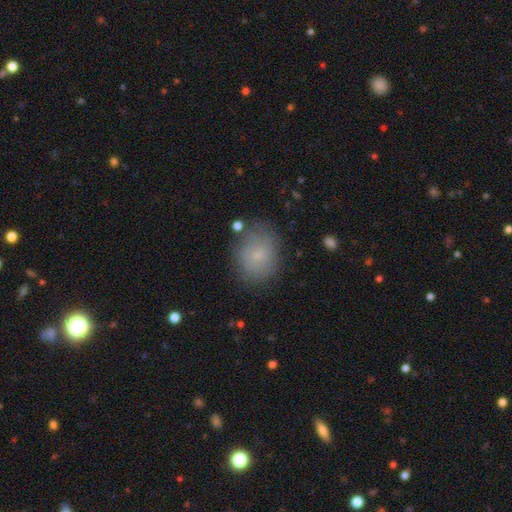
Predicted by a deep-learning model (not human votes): Smooth or featured: smooth — 70% (featured or disk — 18%)
How rounded: in between — 50% (round — 49%)
Merging: none — 74% (minor disturbance — 18%)